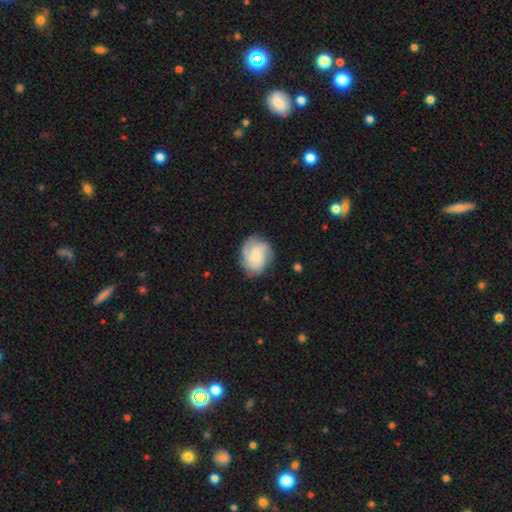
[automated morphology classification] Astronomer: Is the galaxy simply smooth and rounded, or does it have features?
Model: featured or disk — 60%.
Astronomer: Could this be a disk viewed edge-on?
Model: no — 98%.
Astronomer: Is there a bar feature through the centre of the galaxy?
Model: no — 63%.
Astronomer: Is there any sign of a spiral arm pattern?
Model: yes — 92%.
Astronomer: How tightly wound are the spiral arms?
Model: tight — 46% (runner-up: medium, 39%).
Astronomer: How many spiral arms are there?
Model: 3 — 32% (runner-up: can't tell, 28%).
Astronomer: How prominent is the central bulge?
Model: small — 54% (runner-up: moderate, 34%).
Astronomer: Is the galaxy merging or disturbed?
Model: none — 75%.